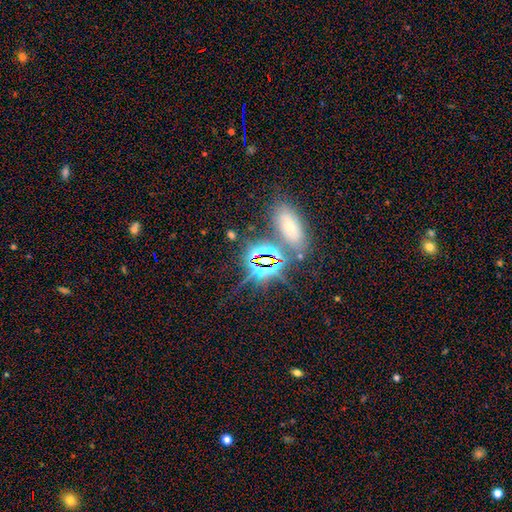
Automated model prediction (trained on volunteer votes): Smooth or featured? Predicted: star or artifact (p=0.68).